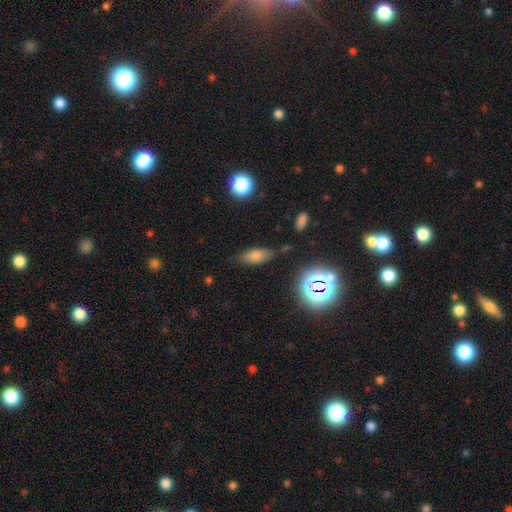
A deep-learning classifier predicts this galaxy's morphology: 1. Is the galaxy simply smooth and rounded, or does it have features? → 72% smooth, 15% star or artifact, 13% featured or disk.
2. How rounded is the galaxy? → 80% in between, 15% cigar-shaped, 5% round.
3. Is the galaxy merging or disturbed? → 75% none, 17% minor disturbance, 5% major disturbance, 4% merger.